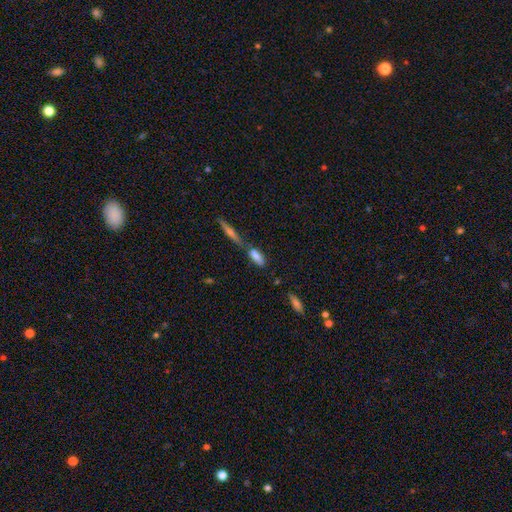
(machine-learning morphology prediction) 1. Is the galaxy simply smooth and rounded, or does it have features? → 76% smooth, 15% featured or disk, 9% star or artifact.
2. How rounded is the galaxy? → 64% in between, 34% cigar-shaped, 3% round.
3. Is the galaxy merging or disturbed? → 47% none, 34% merger, 14% minor disturbance, 5% major disturbance.